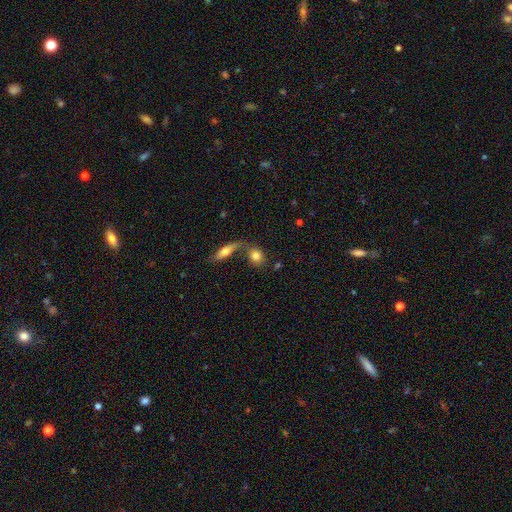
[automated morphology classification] Smooth or featured?
  - smooth: 79% *
  - featured or disk: 13%
  - star or artifact: 8%
How rounded?
  - in between: 52% *
  - round: 43%
  - cigar-shaped: 5%
Merging?
  - none: 46% *
  - merger: 38%
  - minor disturbance: 10%
  - major disturbance: 6%